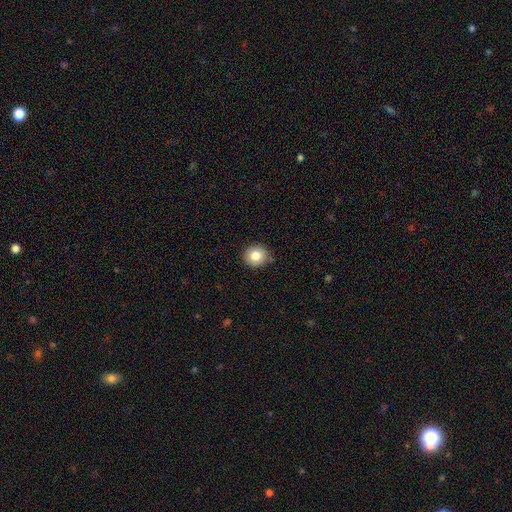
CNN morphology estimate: smooth 81%, star or artifact 10%, featured or disk 9%. Down the decision tree: how rounded — round (88%); merging — none (86%).